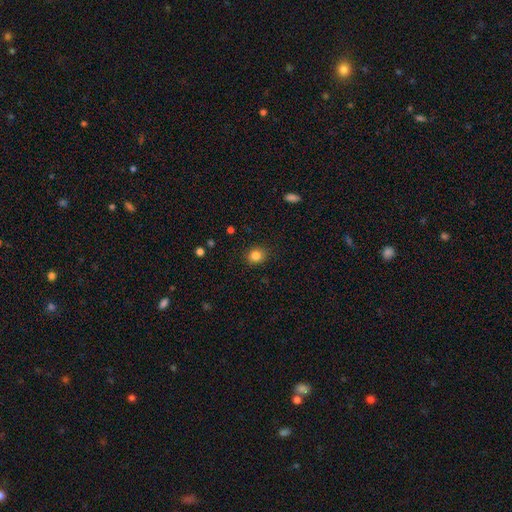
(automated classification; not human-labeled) smooth_or_featured: smooth (p=0.84) [alt: star or artifact p=0.11]
how_rounded: round (p=0.75) [alt: in between p=0.24]
merging: none (p=0.89) [alt: minor disturbance p=0.08]